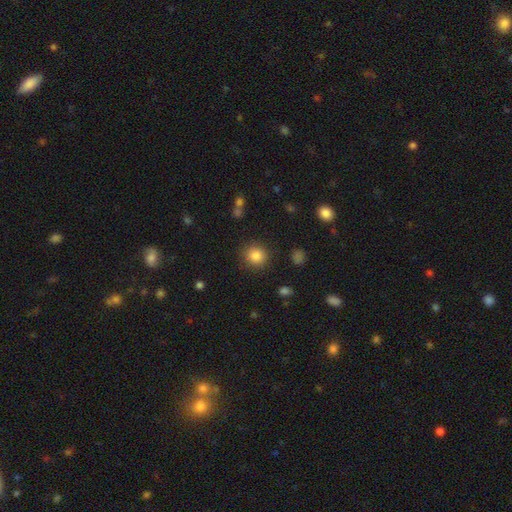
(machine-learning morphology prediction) type=smooth (84%); roundness=round (91%); merging=none (88%).